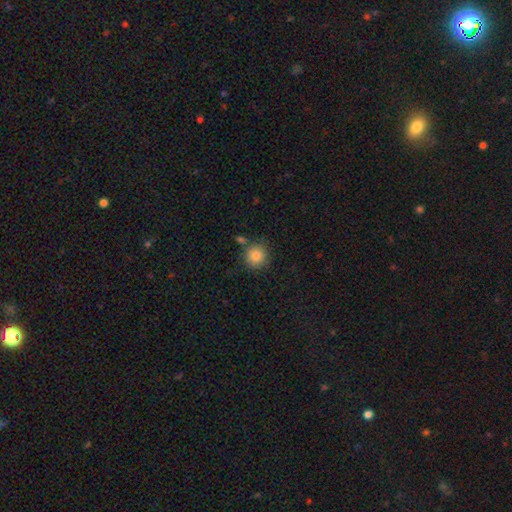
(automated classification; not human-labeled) Q: Smooth or featured?
A: smooth (84%); runner-up: star or artifact (10%)
Q: How rounded?
A: round (93%); runner-up: in between (6%)
Q: Merging?
A: none (78%); runner-up: minor disturbance (11%)